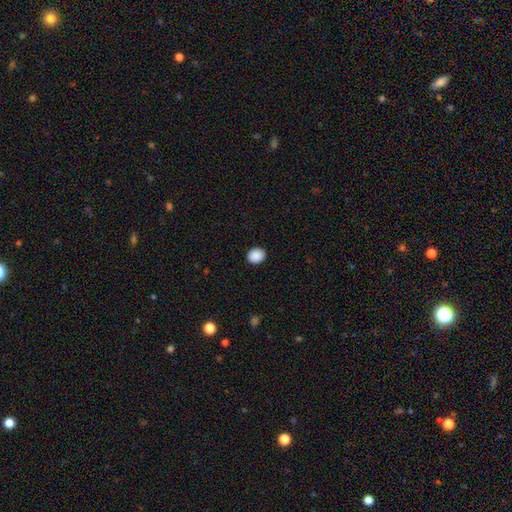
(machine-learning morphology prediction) A smooth galaxy with no disk features (90%) that is round (65%).

Vote fractions:
- Smooth or featured? smooth: 90% / star or artifact: 8% / featured or disk: 2%
- How rounded? round: 65% / in between: 34% / cigar-shaped: 1%
- Merging? none: 91% / minor disturbance: 6% / major disturbance: 2% / merger: 1%